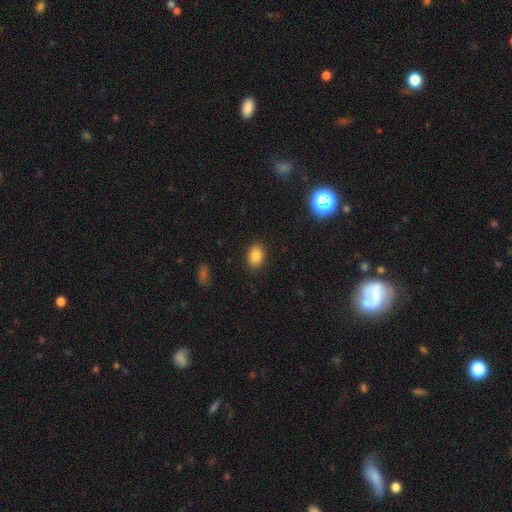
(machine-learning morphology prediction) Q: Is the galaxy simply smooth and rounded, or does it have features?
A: smooth — 84%.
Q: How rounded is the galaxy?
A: in between — 75%.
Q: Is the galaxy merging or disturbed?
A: none — 89%.